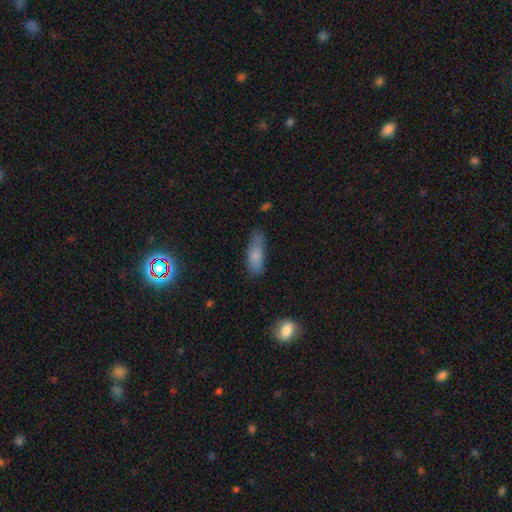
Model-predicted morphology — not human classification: This is likely a smooth galaxy (77%). How rounded: likely in between (63%). Merging: possibly none (60%).